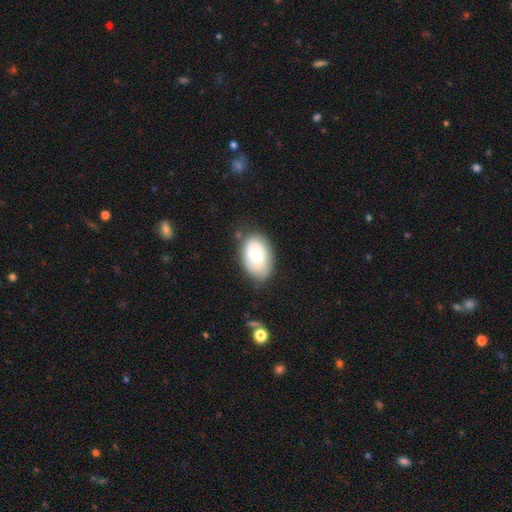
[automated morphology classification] Smooth or featured? Predicted: featured or disk (p=0.58). Edge-on disk? Predicted: no (p=0.95). Bar? Predicted: weak (p=0.50). Spiral arms? Predicted: yes (p=0.78). Bulge size? Predicted: moderate (p=0.66). Merging? Predicted: none (p=0.75).